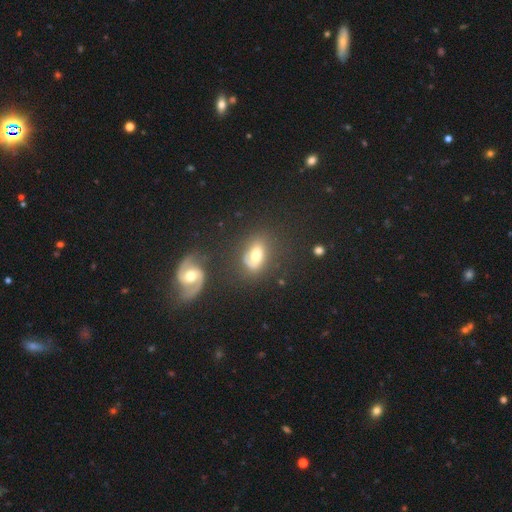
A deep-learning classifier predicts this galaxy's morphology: This is possibly a smooth galaxy (50%). Merging: possibly none (54%).